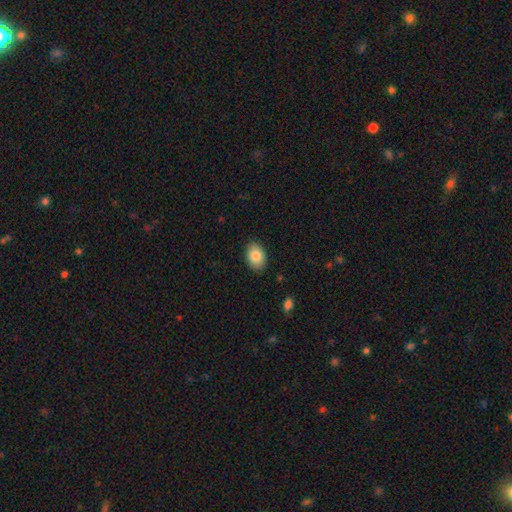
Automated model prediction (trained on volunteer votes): Q: Smooth or featured?
A: smooth (85%); runner-up: featured or disk (8%)
Q: How rounded?
A: in between (84%); runner-up: round (15%)
Q: Merging?
A: none (87%); runner-up: minor disturbance (10%)